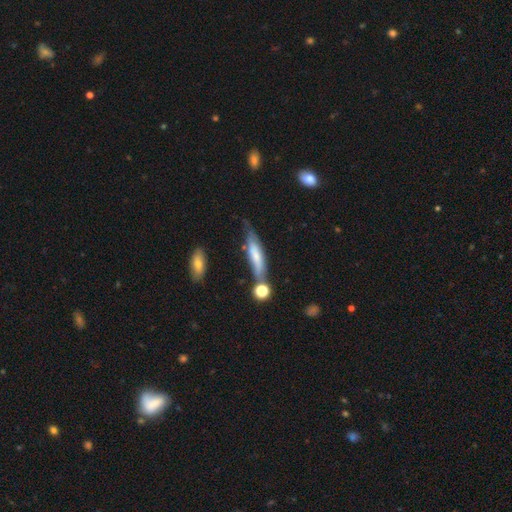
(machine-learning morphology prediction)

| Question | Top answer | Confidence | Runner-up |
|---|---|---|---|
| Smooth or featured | smooth | 55% | featured or disk (38%) |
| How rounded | cigar-shaped | 78% | in between (20%) |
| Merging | none | 53% | minor disturbance (24%) |